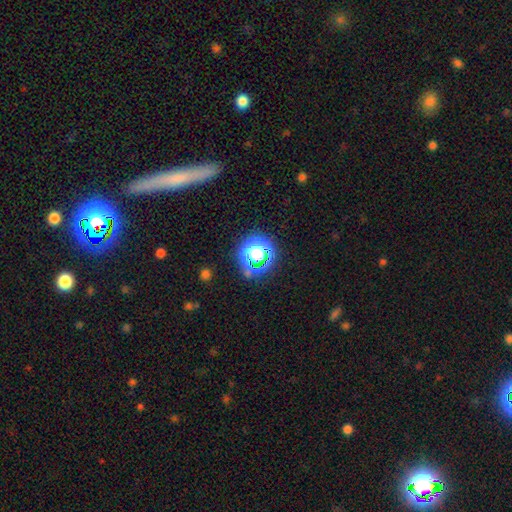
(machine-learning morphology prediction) Smooth or featured? star or artifact (57%)